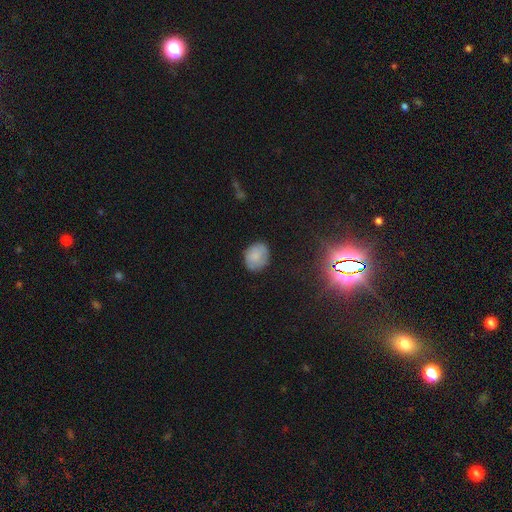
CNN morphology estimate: smooth_or_featured: smooth (p=0.73) [alt: featured or disk p=0.18]
how_rounded: round (p=0.59) [alt: in between p=0.40]
merging: none (p=0.75) [alt: minor disturbance p=0.19]